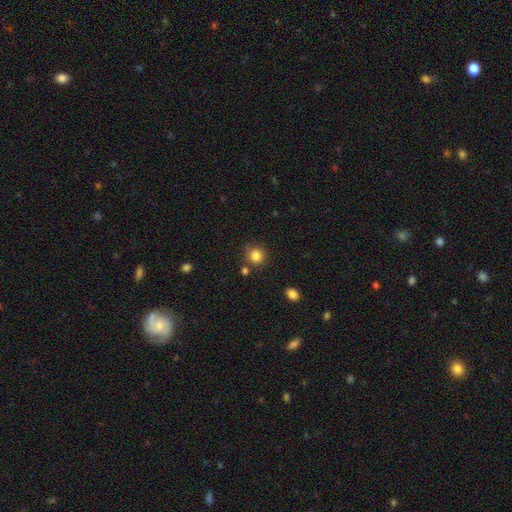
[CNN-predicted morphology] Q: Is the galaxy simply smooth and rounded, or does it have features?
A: smooth — 84%.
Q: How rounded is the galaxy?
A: round — 90%.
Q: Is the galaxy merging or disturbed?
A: none — 77%.